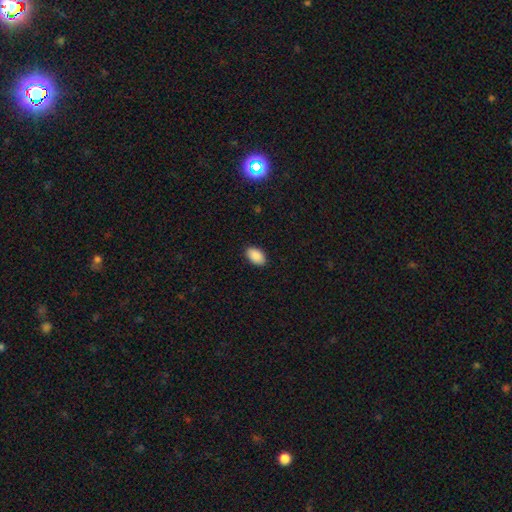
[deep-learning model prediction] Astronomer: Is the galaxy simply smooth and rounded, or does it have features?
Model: smooth — 90%.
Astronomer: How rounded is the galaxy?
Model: in between — 92%.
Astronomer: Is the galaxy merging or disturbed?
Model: none — 89%.